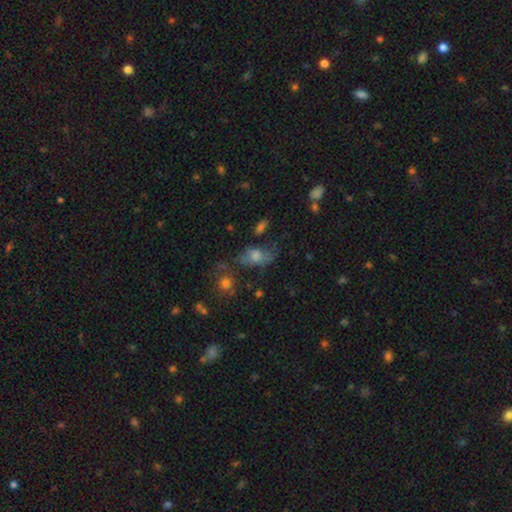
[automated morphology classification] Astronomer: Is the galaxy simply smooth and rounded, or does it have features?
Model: smooth — 57%.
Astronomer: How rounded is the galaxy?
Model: in between — 82%.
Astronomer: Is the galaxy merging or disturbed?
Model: none — 48% (runner-up: minor disturbance, 26%).